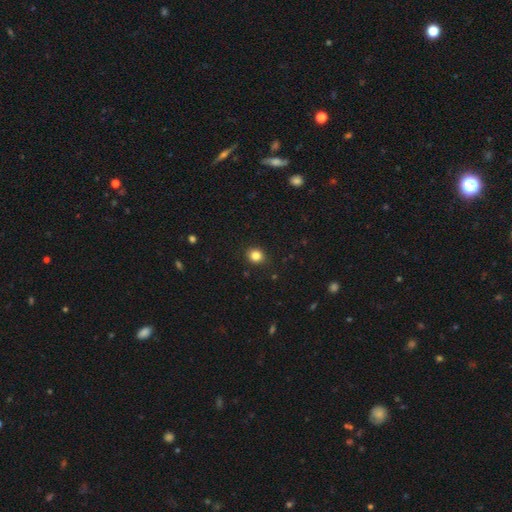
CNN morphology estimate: smooth 84%, star or artifact 12%, featured or disk 5%. Down the decision tree: how rounded — round (81%); merging — none (90%).